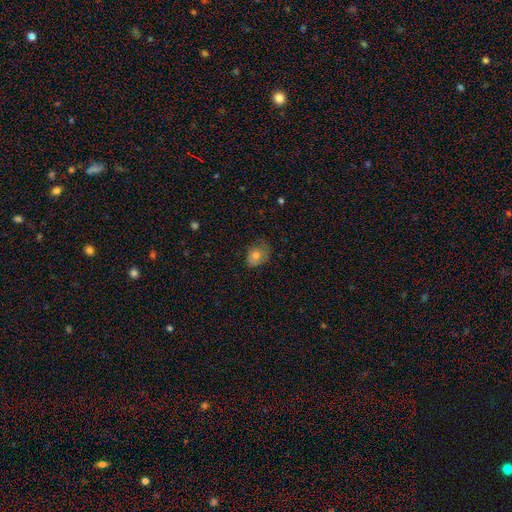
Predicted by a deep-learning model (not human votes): Smooth or featured: smooth — 69% (featured or disk — 21%)
How rounded: in between — 64% (round — 35%)
Merging: none — 58% (minor disturbance — 29%)